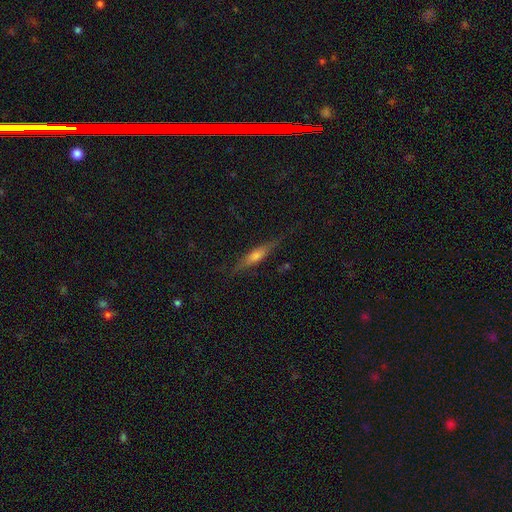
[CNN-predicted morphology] Smooth or featured? featured or disk (52%)
Edge-on disk? yes (93%)
Merging? none (82%)